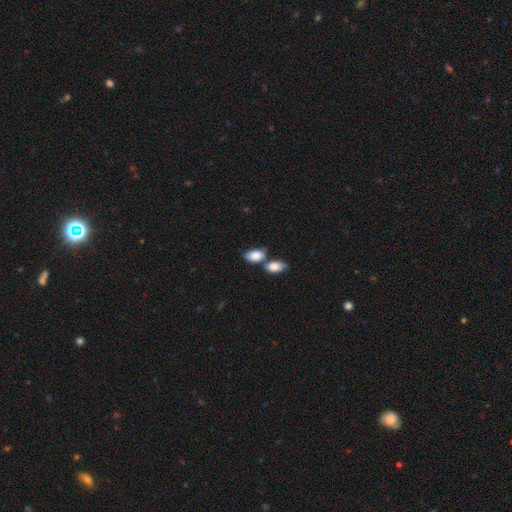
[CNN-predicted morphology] smooth-or-featured: smooth: 85% | featured or disk: 9% | star or artifact: 7%
  how-rounded: in between: 91% | round: 6% | cigar-shaped: 2%
  merging: merger: 48% | none: 35% | minor disturbance: 13% | major disturbance: 5%